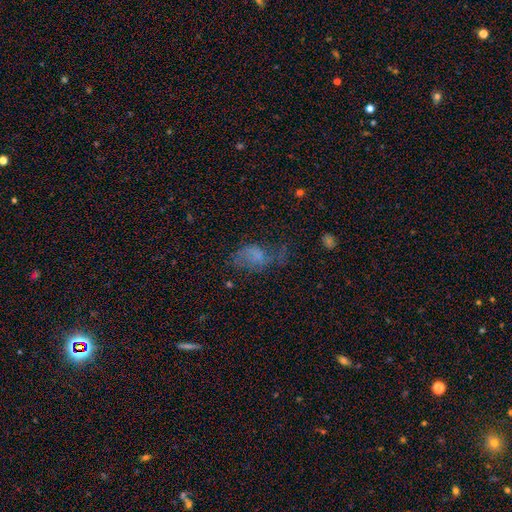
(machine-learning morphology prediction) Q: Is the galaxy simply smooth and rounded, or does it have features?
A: smooth — 46%.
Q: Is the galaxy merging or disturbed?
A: major disturbance — 38%.